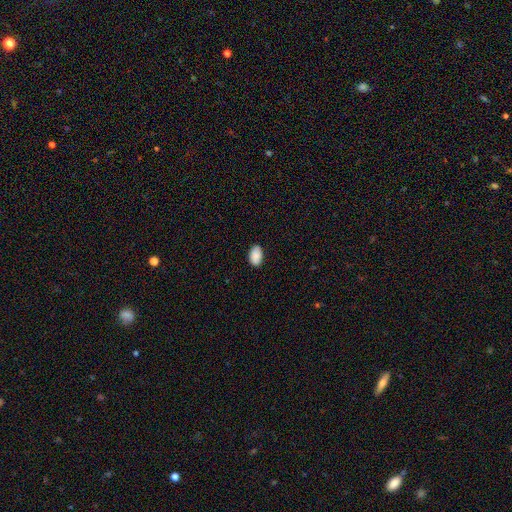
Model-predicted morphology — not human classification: smooth 89%, star or artifact 7%, featured or disk 4%. Down the decision tree: how rounded — in between (92%); merging — none (83%).